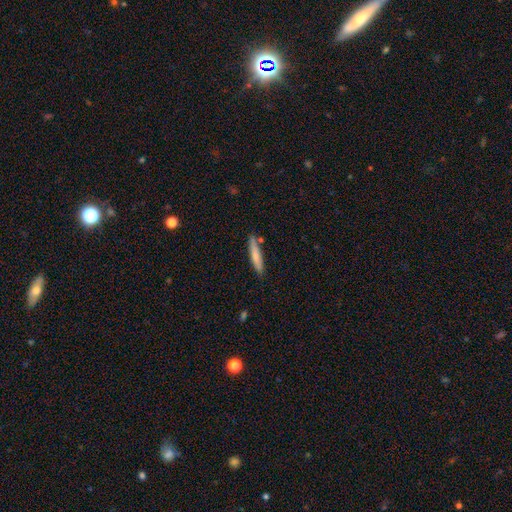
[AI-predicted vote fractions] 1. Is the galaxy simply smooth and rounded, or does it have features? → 72% smooth, 22% featured or disk, 6% star or artifact.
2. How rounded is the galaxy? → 90% cigar-shaped, 8% in between, 1% round.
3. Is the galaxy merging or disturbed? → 82% none, 12% minor disturbance, 4% merger, 2% major disturbance.